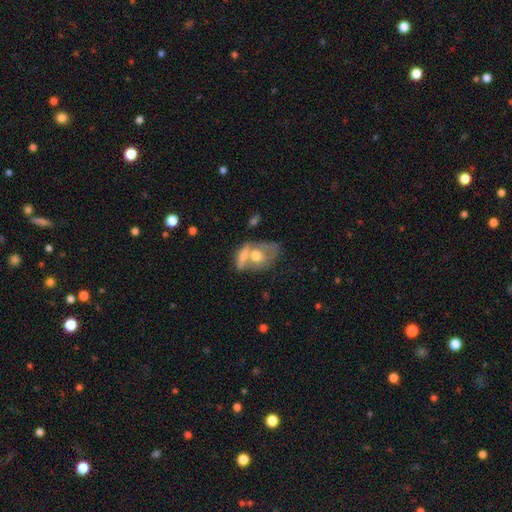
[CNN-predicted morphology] This appears to be a smooth galaxy with no disk features (51%) that is in between round and cigar-shaped (72%). Merging: merger (53%).